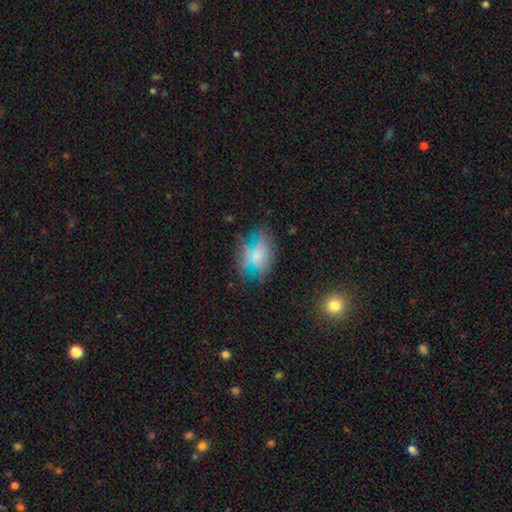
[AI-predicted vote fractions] Smooth or featured?
  - smooth: 48% *
  - featured or disk: 28%
  - star or artifact: 24%
Merging?
  - none: 66% *
  - minor disturbance: 20%
  - major disturbance: 11%
  - merger: 3%